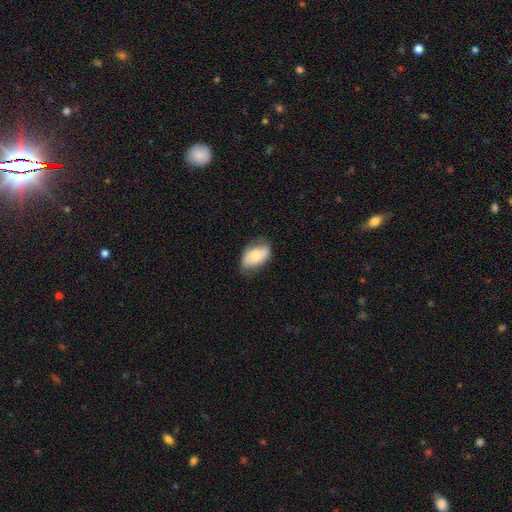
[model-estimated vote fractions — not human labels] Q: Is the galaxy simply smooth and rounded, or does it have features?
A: smooth — 63%.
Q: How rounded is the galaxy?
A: in between — 91%.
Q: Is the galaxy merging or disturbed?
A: none — 62%.